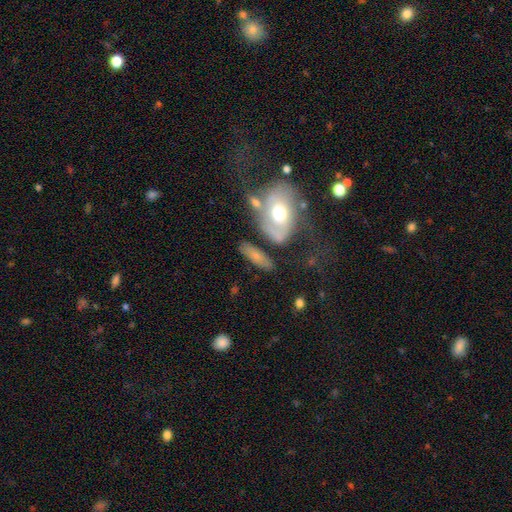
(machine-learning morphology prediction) smooth-or-featured: smooth: 62% | featured or disk: 30% | star or artifact: 8%
  how-rounded: in between: 62% | cigar-shaped: 30% | round: 8%
  merging: none: 65% | minor disturbance: 16% | merger: 13% | major disturbance: 7%